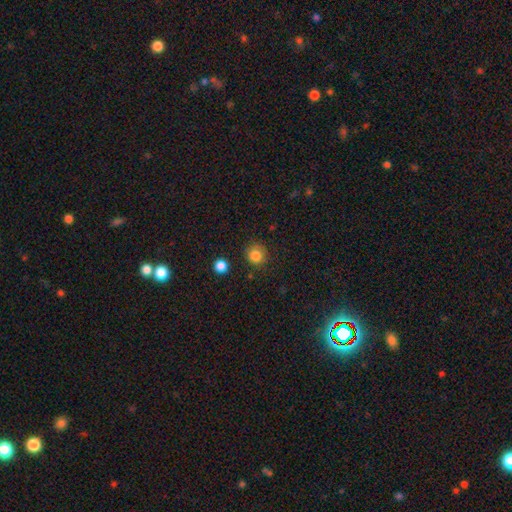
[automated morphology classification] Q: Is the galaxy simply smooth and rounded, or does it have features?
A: smooth — 84%.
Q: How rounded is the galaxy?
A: round — 91%.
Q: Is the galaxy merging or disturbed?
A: none — 85%.